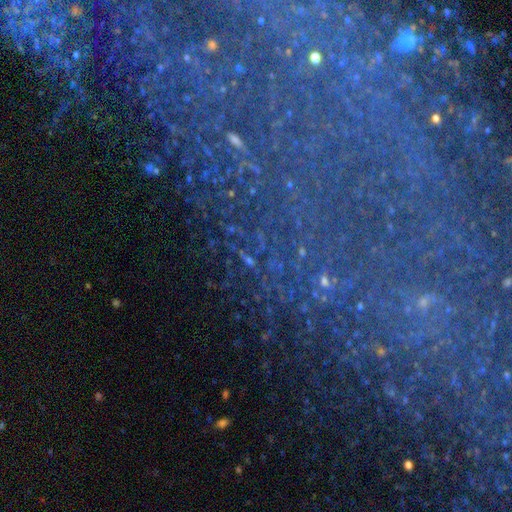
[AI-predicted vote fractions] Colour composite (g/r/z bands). It shows a star or artifact, not a galaxy (73%).